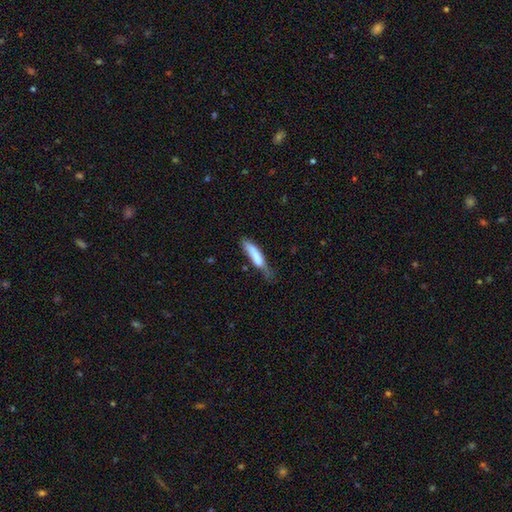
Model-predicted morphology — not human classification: Q: Smooth or featured?
A: smooth (76%); runner-up: featured or disk (18%)
Q: How rounded?
A: cigar-shaped (81%); runner-up: in between (17%)
Q: Merging?
A: none (38%); runner-up: minor disturbance (37%)